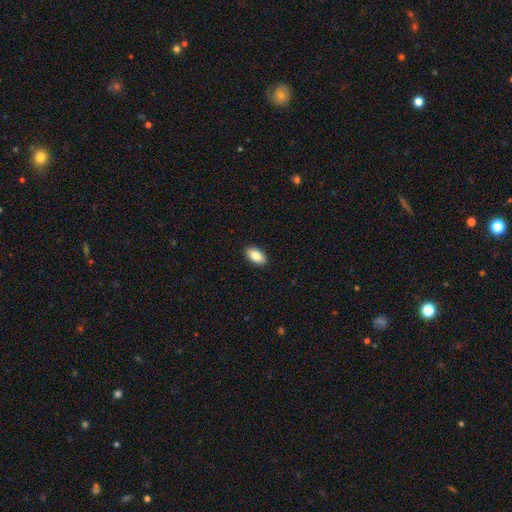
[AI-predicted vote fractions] This is clearly a smooth galaxy (84%). How rounded: clearly in between (93%). Merging: clearly none (91%).